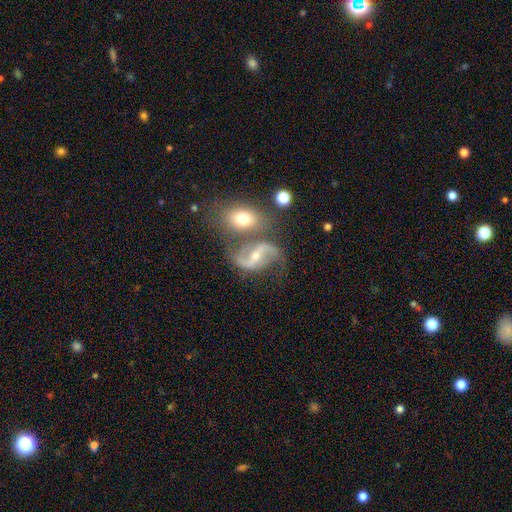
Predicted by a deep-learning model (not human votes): smooth_or_featured: featured or disk (p=0.85) [alt: smooth p=0.08]
disk_edge_on: no (p=0.97) [alt: yes p=0.03]
bar: strong (p=0.40) [alt: weak p=0.37]
has_spiral_arms: yes (p=0.95) [alt: no p=0.05]
spiral_winding: loose (p=0.53) [alt: medium p=0.38]
spiral_arm_count: 2 (p=0.93) [alt: can't tell p=0.02]
bulge_size: small (p=0.55) [alt: moderate p=0.41]
merging: none (p=0.55) [alt: merger p=0.22]